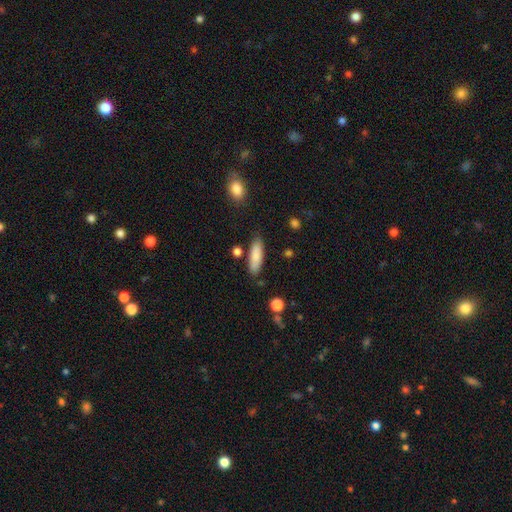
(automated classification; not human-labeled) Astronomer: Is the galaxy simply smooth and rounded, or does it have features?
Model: smooth — 84%.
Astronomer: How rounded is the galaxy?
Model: in between — 53% (runner-up: cigar-shaped, 45%).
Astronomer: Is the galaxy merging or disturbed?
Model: none — 81%.